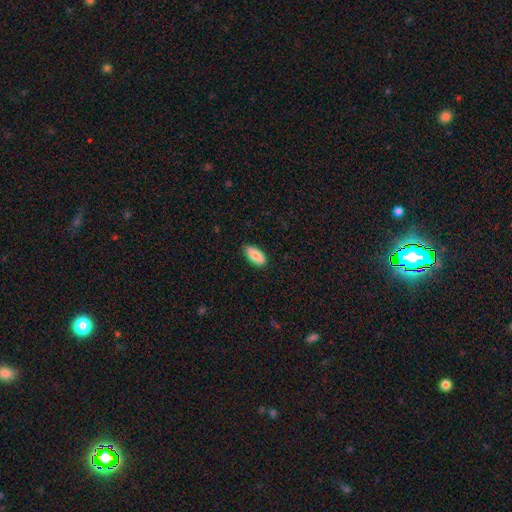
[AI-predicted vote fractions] smooth 85%, featured or disk 9%, star or artifact 6%. Down the decision tree: how rounded — in between (91%); merging — none (87%).